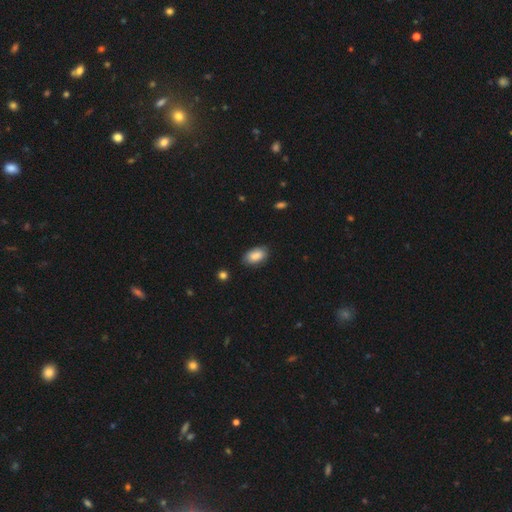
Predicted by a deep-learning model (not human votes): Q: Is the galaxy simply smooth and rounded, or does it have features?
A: smooth — 86%.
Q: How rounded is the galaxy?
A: in between — 93%.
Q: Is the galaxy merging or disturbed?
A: none — 81%.